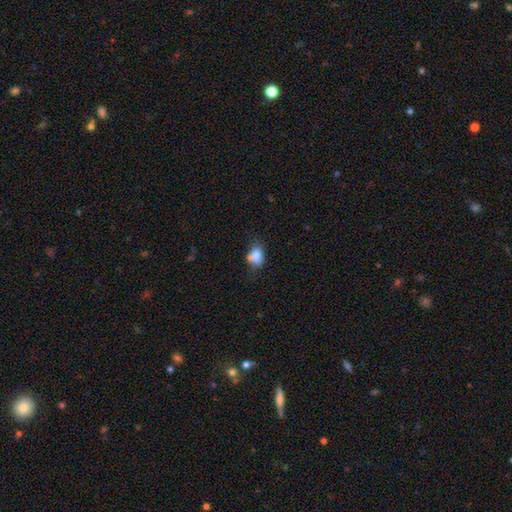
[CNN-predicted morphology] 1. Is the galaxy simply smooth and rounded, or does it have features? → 75% smooth, 14% featured or disk, 11% star or artifact.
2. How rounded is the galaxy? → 63% in between, 36% round, 2% cigar-shaped.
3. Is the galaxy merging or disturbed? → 43% none, 27% minor disturbance, 19% merger, 11% major disturbance.